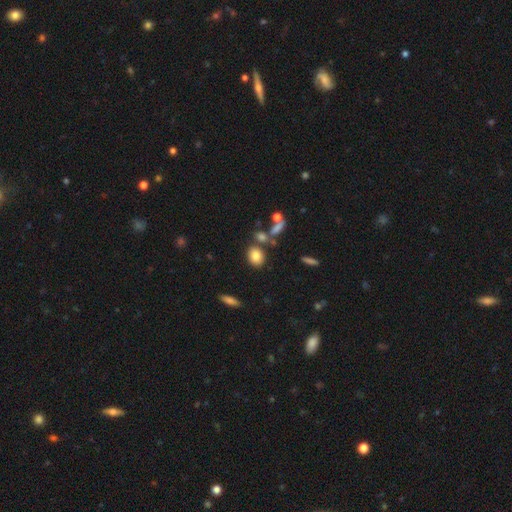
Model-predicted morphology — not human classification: A smooth galaxy with no disk features (82%) that is in between round and cigar-shaped (50%). Merging: none (70%).